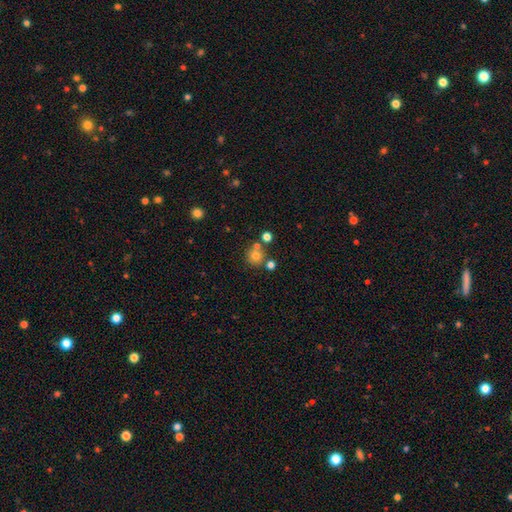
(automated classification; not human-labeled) smooth 72%, star or artifact 17%, featured or disk 11%. Down the decision tree: how rounded — round (91%); merging — none (68%).